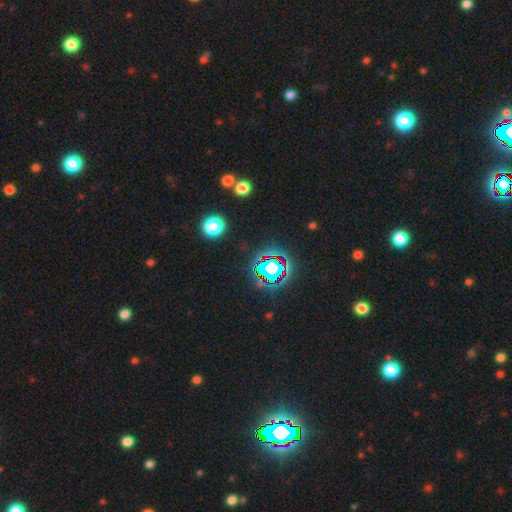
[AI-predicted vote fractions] A star or artifact, not a galaxy (81%).

Vote fractions:
- Smooth or featured? star or artifact: 81% / smooth: 12% / featured or disk: 7%